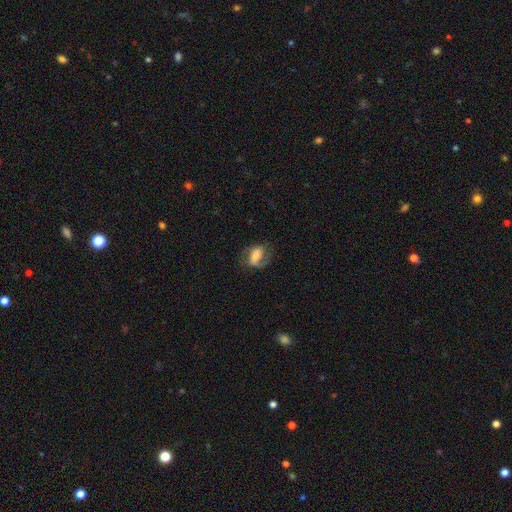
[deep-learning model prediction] A featured or disk galaxy (60%) with a weak bar (38%), 2 (66%) medium (46%) spiral arms (87%) and a moderate central bulge (40%). Merging: none (60%).